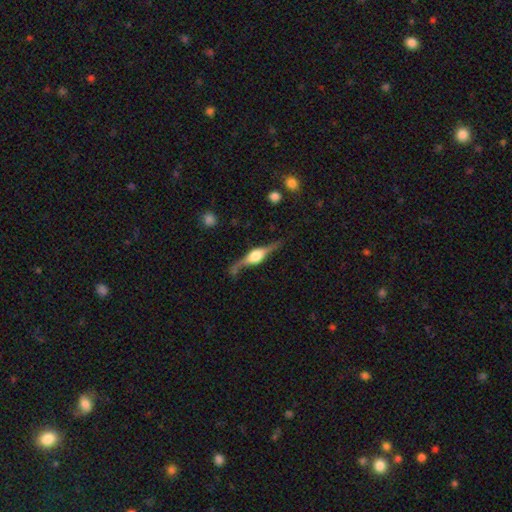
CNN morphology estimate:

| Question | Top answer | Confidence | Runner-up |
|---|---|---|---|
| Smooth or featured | featured or disk | 83% | smooth (12%) |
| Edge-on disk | yes | 95% | no (5%) |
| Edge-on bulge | rounded | 89% | boxy (9%) |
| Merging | none | 76% | minor disturbance (16%) |